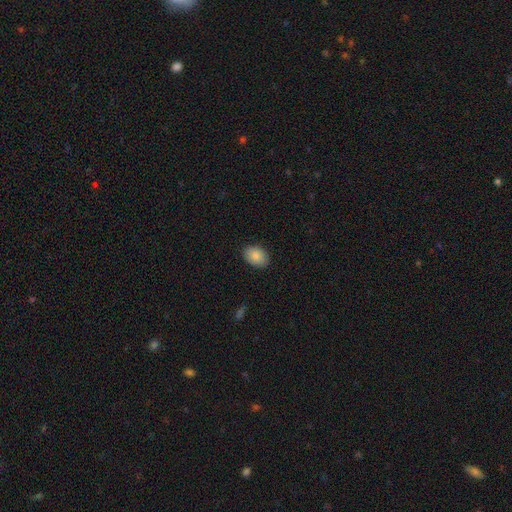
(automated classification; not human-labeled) smooth_or_featured: smooth (p=0.84) [alt: featured or disk p=0.08]
how_rounded: in between (p=0.78) [alt: round p=0.21]
merging: none (p=0.87) [alt: minor disturbance p=0.10]